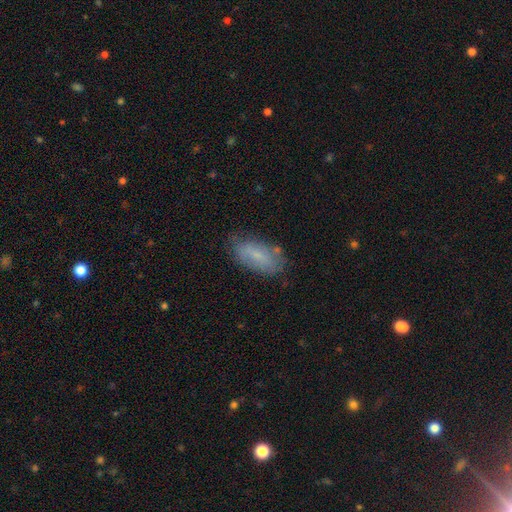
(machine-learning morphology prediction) Smooth or featured: smooth — 66% (featured or disk — 26%)
How rounded: in between — 89% (cigar-shaped — 8%)
Merging: none — 70% (minor disturbance — 22%)